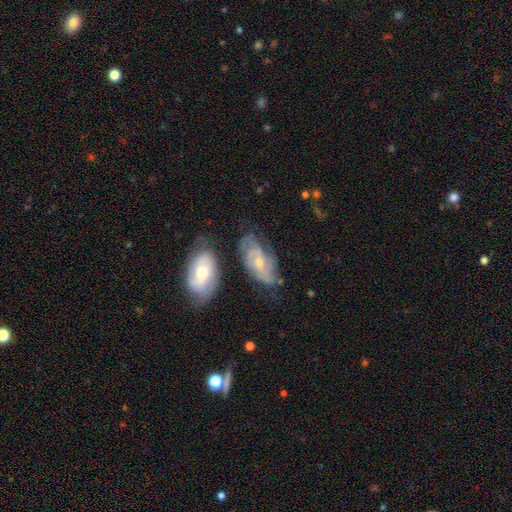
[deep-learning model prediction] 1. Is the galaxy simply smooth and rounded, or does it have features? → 70% featured or disk, 17% smooth, 13% star or artifact.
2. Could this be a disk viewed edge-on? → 93% no, 7% yes.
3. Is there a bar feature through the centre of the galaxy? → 62% no, 31% weak, 7% strong.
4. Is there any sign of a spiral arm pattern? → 90% yes, 10% no.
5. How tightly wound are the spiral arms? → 59% tight, 31% medium, 10% loose.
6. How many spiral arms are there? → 41% 2, 37% can't tell, 11% 3, 4% 4, 4% 1, 3% more than 4.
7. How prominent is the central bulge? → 55% small, 40% moderate, 2% none, 2% large, 1% dominant.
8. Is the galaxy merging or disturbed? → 67% none, 17% minor disturbance, 9% merger, 7% major disturbance.